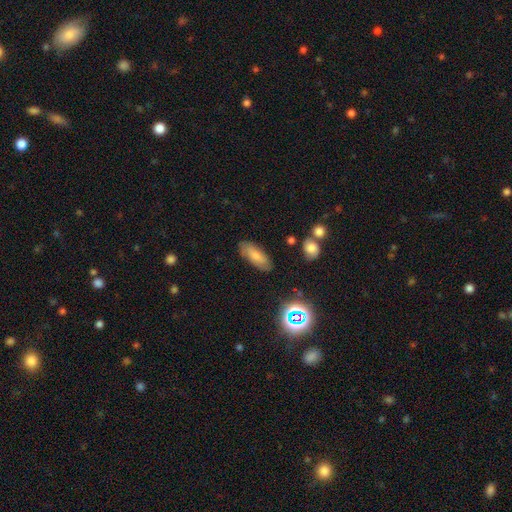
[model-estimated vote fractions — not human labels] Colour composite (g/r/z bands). It shows a smooth galaxy with no disk features (75%) that is in between round and cigar-shaped (72%). Merging: none (83%).